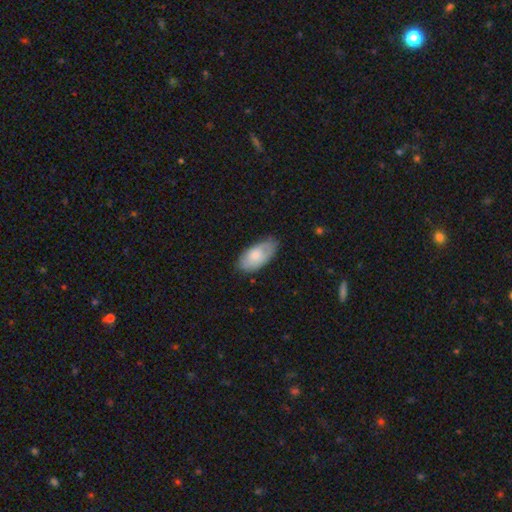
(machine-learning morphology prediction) smooth 73%, featured or disk 21%, star or artifact 6%. Down the decision tree: how rounded — in between (94%); merging — none (70%).